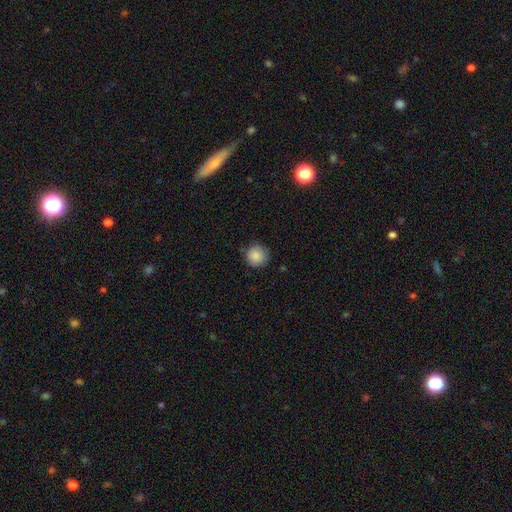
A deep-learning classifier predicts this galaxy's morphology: A smooth galaxy with no disk features (86%) that is round (94%). Merging: none (82%).